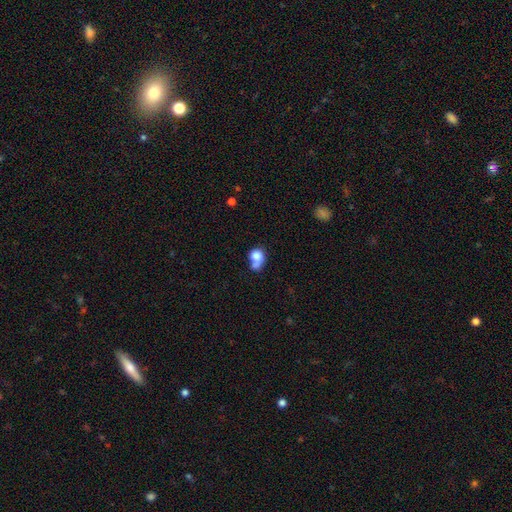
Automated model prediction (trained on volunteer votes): Smooth or featured?
  - smooth: 77% *
  - featured or disk: 13%
  - star or artifact: 10%
How rounded?
  - round: 61% *
  - in between: 38%
  - cigar-shaped: 1%
Merging?
  - merger: 37% *
  - none: 31%
  - minor disturbance: 18%
  - major disturbance: 14%